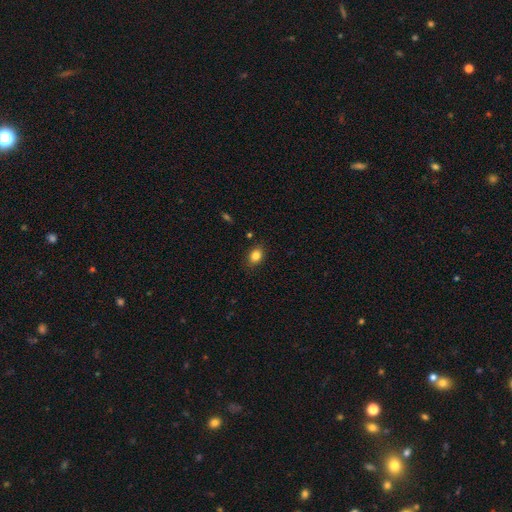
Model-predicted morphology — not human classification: This appears to be a smooth galaxy with no disk features (84%) that is in between round and cigar-shaped (64%). Merging: none (86%).